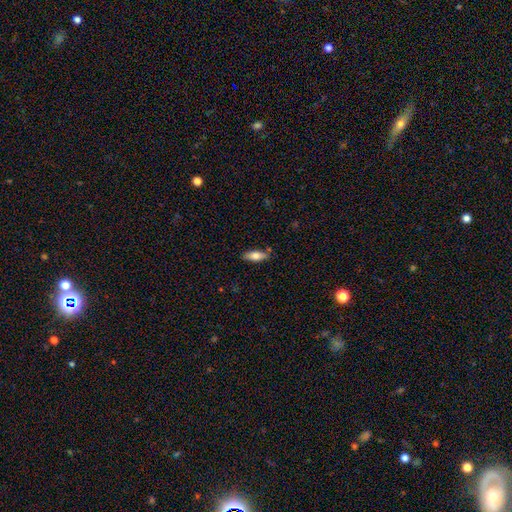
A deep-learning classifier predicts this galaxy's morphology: Smooth or featured?
  - smooth: 73% *
  - featured or disk: 20%
  - star or artifact: 6%
How rounded?
  - in between: 71% *
  - cigar-shaped: 26%
  - round: 2%
Merging?
  - none: 81% *
  - minor disturbance: 13%
  - merger: 3%
  - major disturbance: 3%